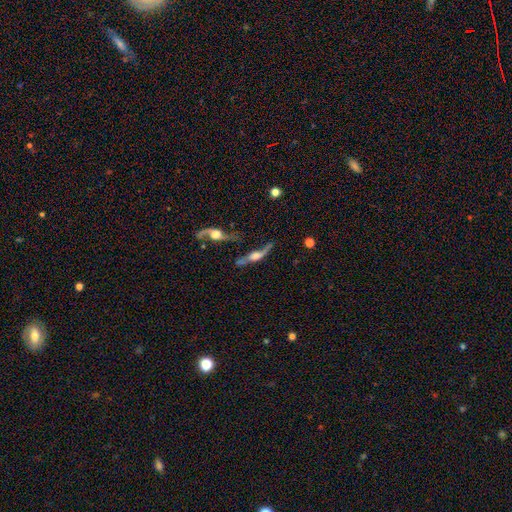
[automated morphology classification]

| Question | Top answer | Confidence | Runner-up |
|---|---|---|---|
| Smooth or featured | featured or disk | 73% | smooth (18%) |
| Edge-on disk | yes | 62% | no (38%) |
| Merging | none | 39% | major disturbance (21%) |